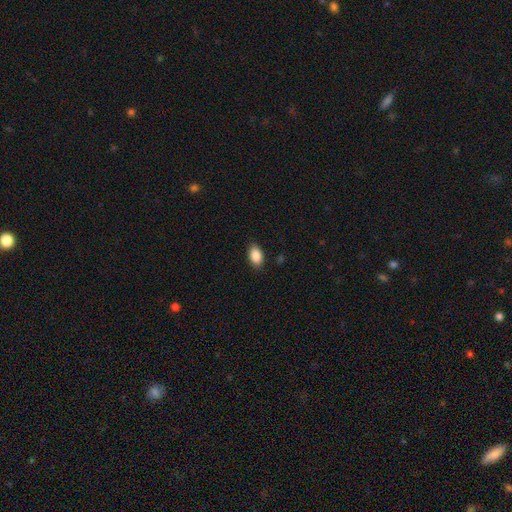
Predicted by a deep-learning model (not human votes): Smooth or featured? Predicted: smooth (p=0.88). How rounded? Predicted: in between (p=0.91). Merging? Predicted: none (p=0.86).